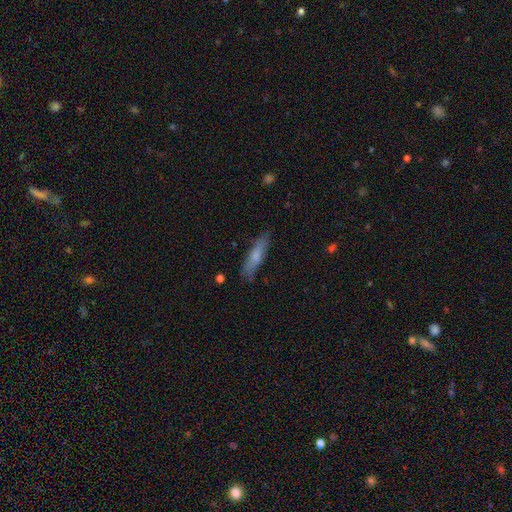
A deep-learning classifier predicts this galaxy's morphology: Overall: smooth (66%; featured or disk 28%). How rounded: cigar-shaped (81%). Merging: none (81%).